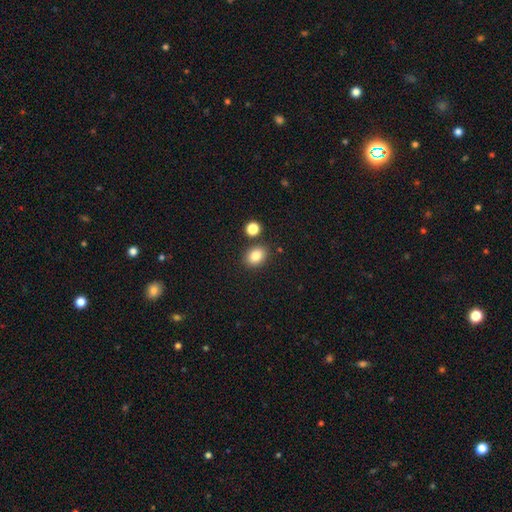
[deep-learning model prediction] This appears to be a smooth galaxy with no disk features (83%) that is in between round and cigar-shaped (56%). Merging: none (81%).